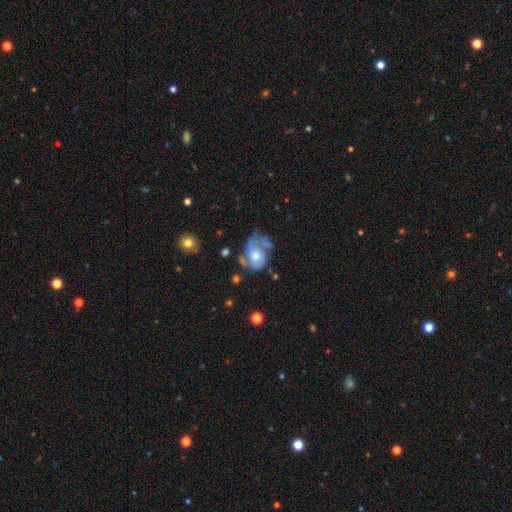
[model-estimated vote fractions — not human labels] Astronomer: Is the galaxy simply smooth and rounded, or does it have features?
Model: featured or disk — 71%.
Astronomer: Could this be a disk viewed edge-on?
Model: no — 97%.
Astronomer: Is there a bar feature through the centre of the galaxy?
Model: no — 76%.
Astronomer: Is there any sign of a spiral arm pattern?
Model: yes — 82%.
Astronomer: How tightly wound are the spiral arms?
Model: medium — 41% (runner-up: tight, 39%).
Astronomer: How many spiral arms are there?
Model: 2 — 39% (runner-up: can't tell, 25%).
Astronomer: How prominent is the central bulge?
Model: moderate — 64%.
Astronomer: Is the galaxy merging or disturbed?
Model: none — 35% (runner-up: major disturbance, 28%).